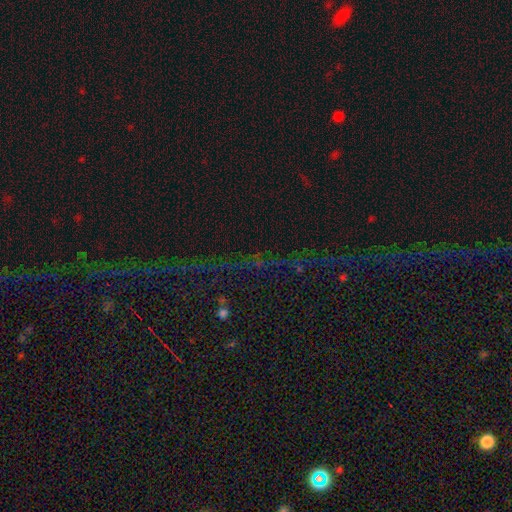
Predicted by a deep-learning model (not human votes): Smooth or featured?
  - star or artifact: 78% *
  - featured or disk: 13%
  - smooth: 9%